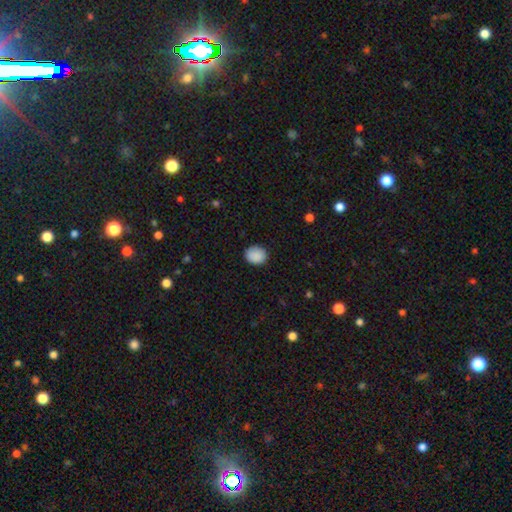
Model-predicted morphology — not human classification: Overall: smooth (89%). How rounded: round (68%; in between 31%). Merging: none (88%).